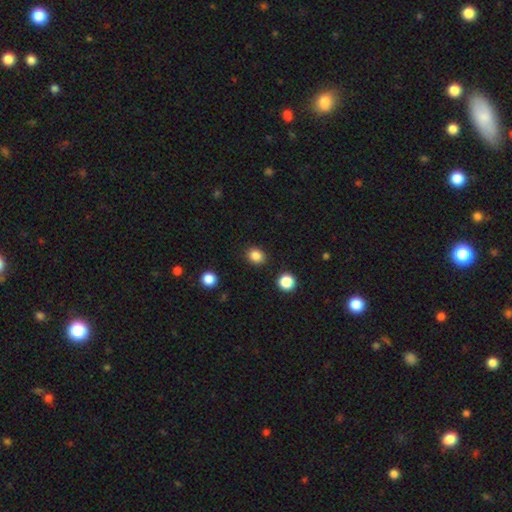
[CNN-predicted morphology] Smooth or featured? Predicted: smooth (p=0.85). How rounded? Predicted: round (p=0.64). Merging? Predicted: none (p=0.88).